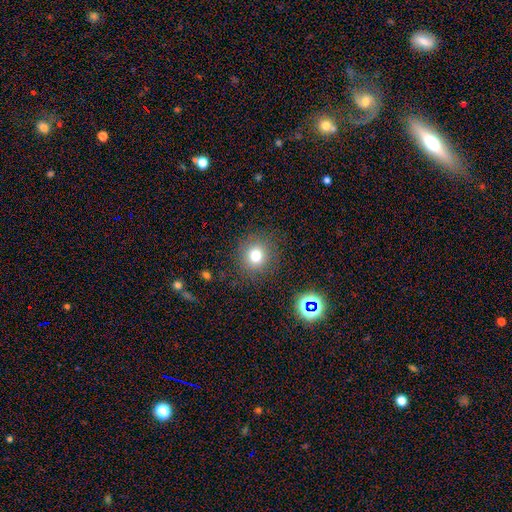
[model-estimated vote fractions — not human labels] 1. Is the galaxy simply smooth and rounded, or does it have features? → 76% smooth, 15% star or artifact, 9% featured or disk.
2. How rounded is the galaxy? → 89% round, 10% in between, 1% cigar-shaped.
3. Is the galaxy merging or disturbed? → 86% none, 8% minor disturbance, 4% major disturbance, 2% merger.